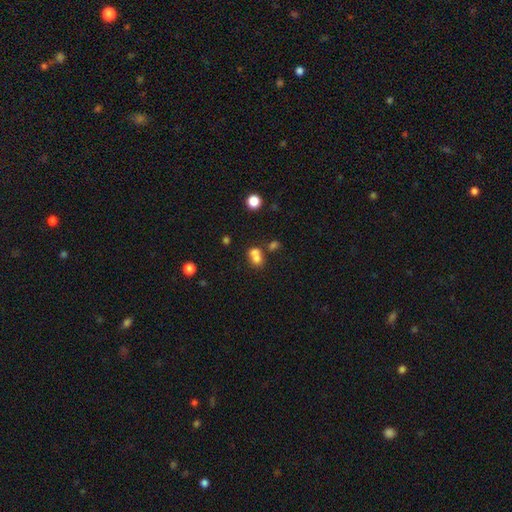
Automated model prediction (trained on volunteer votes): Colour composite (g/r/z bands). It shows a smooth galaxy with no disk features (71%) that is round (56%). Merging: merger (63%).